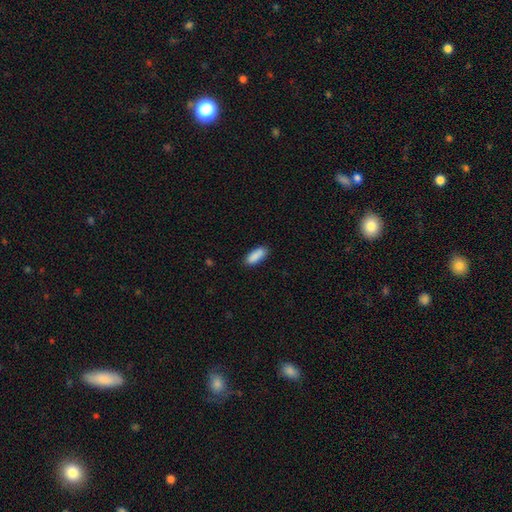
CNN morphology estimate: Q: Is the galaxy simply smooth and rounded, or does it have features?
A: smooth — 88%.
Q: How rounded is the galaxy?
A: in between — 75%.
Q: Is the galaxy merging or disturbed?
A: none — 81%.